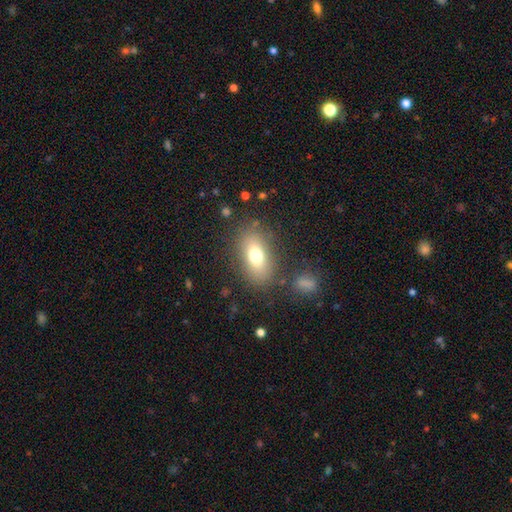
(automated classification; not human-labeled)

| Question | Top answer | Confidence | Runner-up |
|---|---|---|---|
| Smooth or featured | smooth | 73% | featured or disk (17%) |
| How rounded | in between | 82% | round (13%) |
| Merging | none | 80% | minor disturbance (11%) |